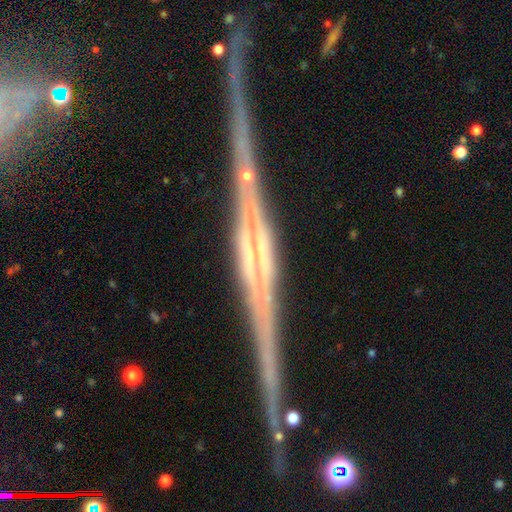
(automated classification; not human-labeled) A featured or disk galaxy (88%) viewed edge-on (97%) with a boxy central bulge (49%). Merging: none (80%).